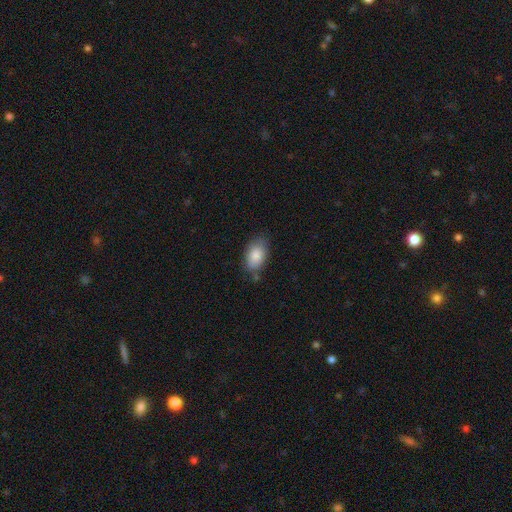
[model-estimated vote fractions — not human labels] smooth-or-featured: smooth: 85% | featured or disk: 8% | star or artifact: 7%
  how-rounded: in between: 90% | round: 8% | cigar-shaped: 1%
  merging: none: 72% | minor disturbance: 20% | major disturbance: 4% | merger: 3%